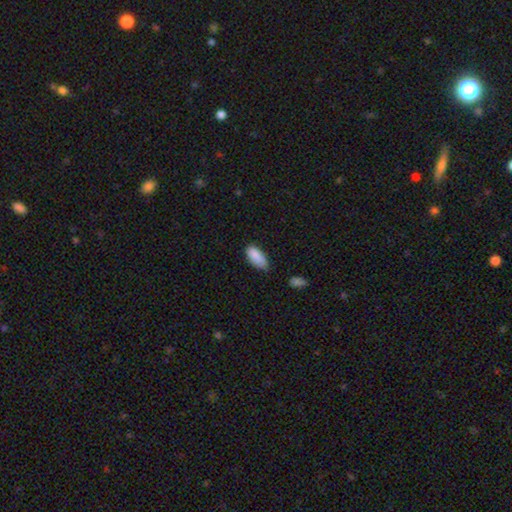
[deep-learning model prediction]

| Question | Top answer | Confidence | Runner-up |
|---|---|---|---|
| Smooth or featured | smooth | 88% | star or artifact (7%) |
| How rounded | in between | 89% | cigar-shaped (9%) |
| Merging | none | 58% | minor disturbance (34%) |